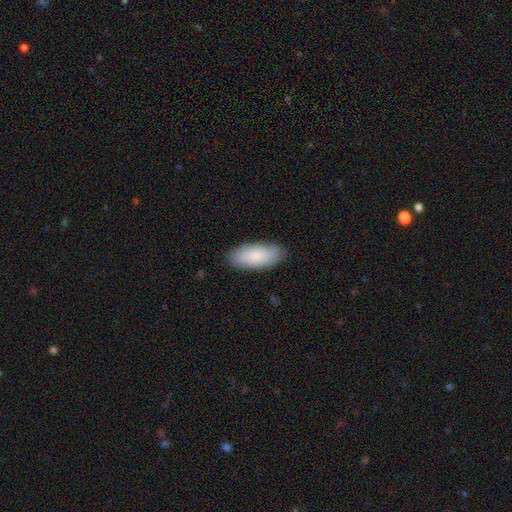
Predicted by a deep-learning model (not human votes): This appears to be a smooth galaxy with no disk features (84%) that is in between round and cigar-shaped (87%). Merging: none (86%).